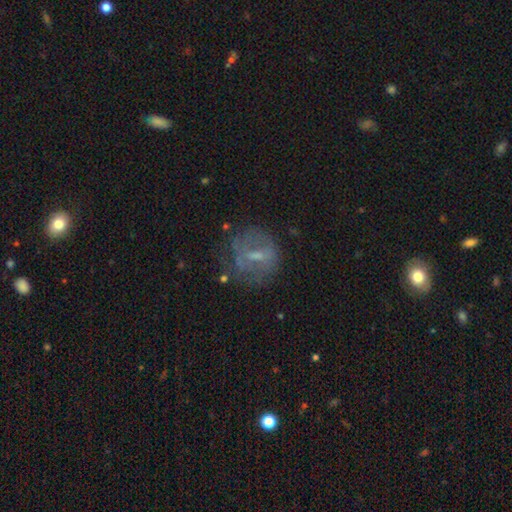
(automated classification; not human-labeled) The model was most divided on "smooth or featured": featured or disk: 52%, smooth: 33%, star or artifact: 15%. More confident: edge-on disk — no (94%); merging — none (62%).